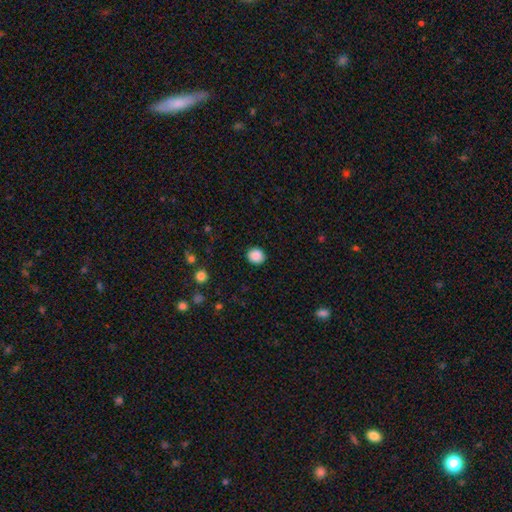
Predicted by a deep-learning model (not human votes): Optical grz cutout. It shows a smooth galaxy with no disk features (88%) that is round (84%). Merging: none (90%).